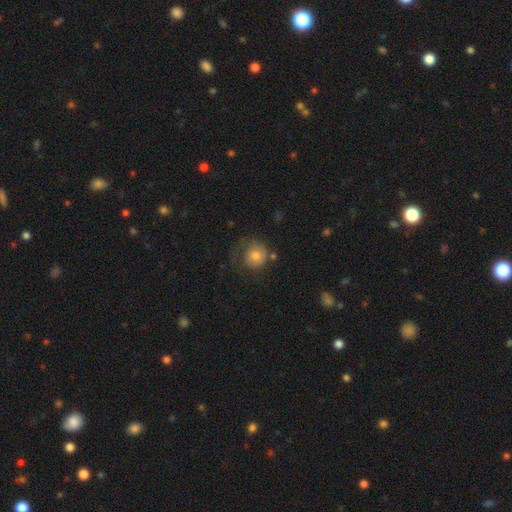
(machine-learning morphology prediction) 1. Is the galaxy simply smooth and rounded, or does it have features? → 68% smooth, 24% featured or disk, 8% star or artifact.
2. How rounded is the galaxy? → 86% round, 13% in between, 1% cigar-shaped.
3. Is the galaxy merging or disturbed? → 49% none, 24% major disturbance, 23% minor disturbance, 4% merger.